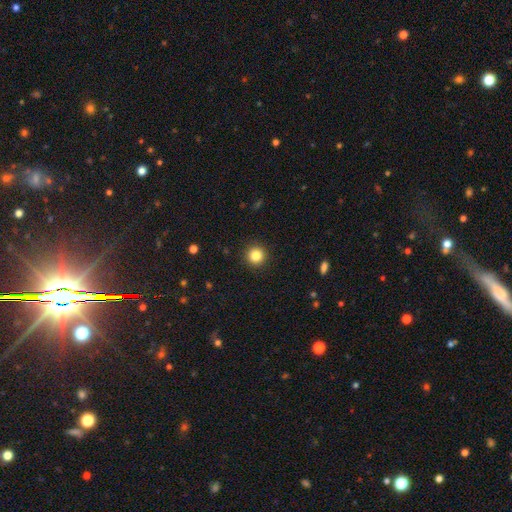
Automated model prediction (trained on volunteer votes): Smooth or featured? Predicted: smooth (p=0.84). How rounded? Predicted: round (p=0.95). Merging? Predicted: none (p=0.93).